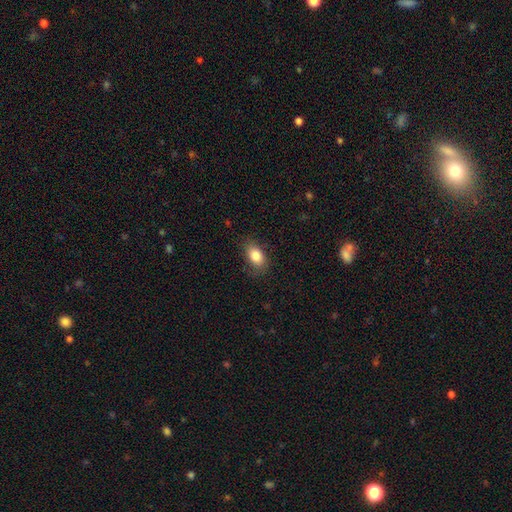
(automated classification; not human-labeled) The model was most divided on "merging": none: 76%, minor disturbance: 18%, major disturbance: 5%, merger: 1%. More confident: how rounded — in between (87%); smooth or featured — smooth (84%).